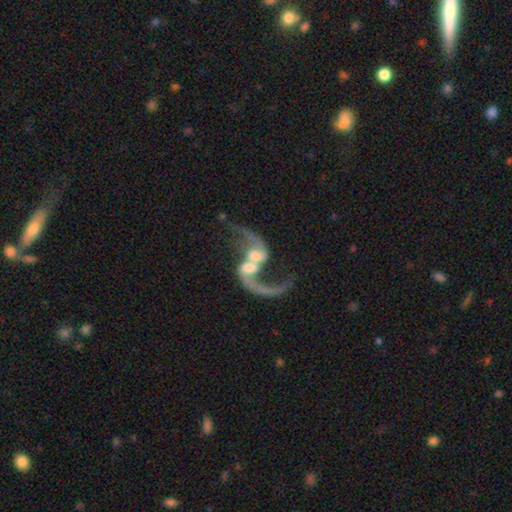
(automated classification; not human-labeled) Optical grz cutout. It shows a featured or disk galaxy (85%) with a weak bar (40%), 2 (87%) loose (88%) spiral arms (91%) and a moderate central bulge (44%). Merging: merger (57%).